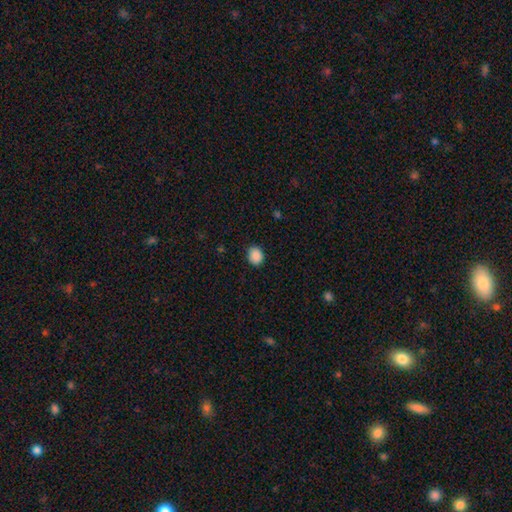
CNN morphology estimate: The model was most divided on "how rounded": round: 52%, in between: 48%, cigar-shaped: 1%. More confident: smooth or featured — smooth (89%); merging — none (88%).